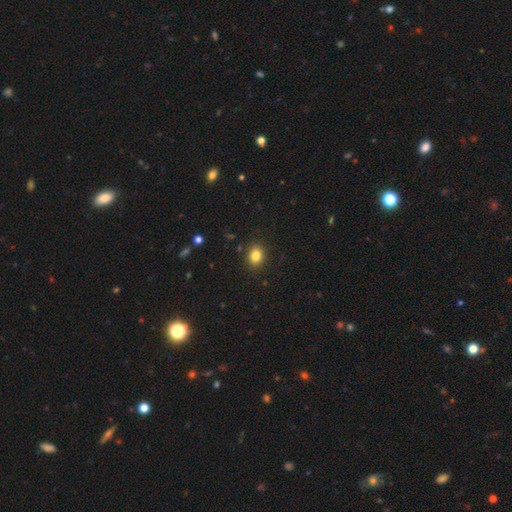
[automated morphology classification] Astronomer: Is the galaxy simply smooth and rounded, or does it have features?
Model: smooth — 83%.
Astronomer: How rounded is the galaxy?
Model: round — 52% (runner-up: in between, 47%).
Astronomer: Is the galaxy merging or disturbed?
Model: none — 89%.